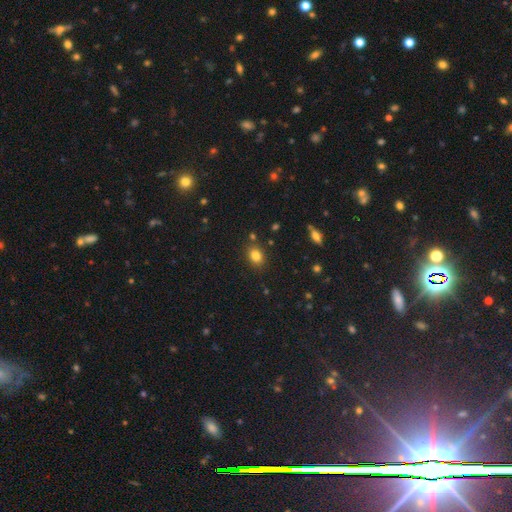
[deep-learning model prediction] smooth_or_featured: smooth (p=0.82) [alt: star or artifact p=0.12]
how_rounded: in between (p=0.54) [alt: round p=0.44]
merging: none (p=0.83) [alt: minor disturbance p=0.10]